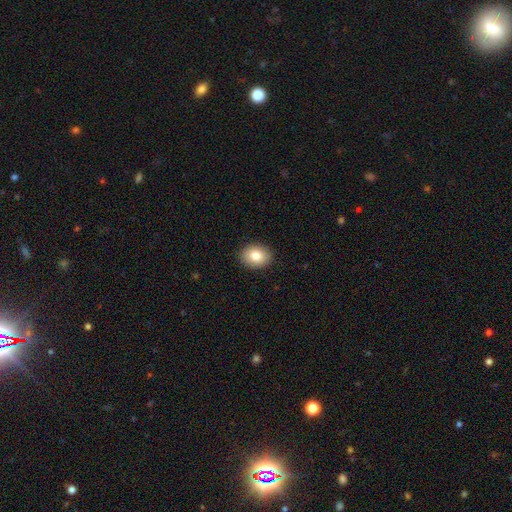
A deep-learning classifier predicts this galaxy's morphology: Smooth or featured: smooth — 84% (featured or disk — 8%)
How rounded: in between — 63% (round — 37%)
Merging: none — 90% (minor disturbance — 7%)